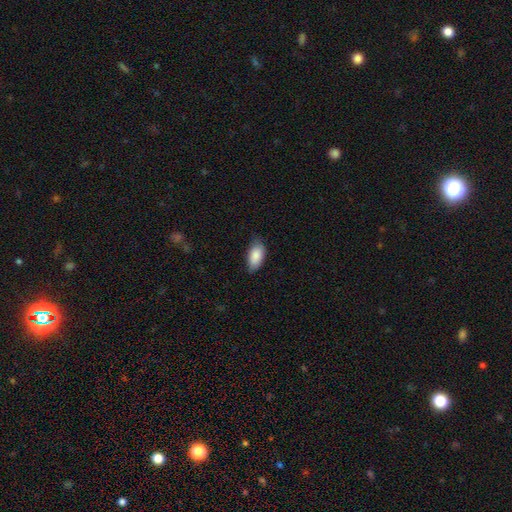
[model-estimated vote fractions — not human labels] A smooth galaxy with no disk features (87%) that is in between round and cigar-shaped (93%). Merging: none (70%).